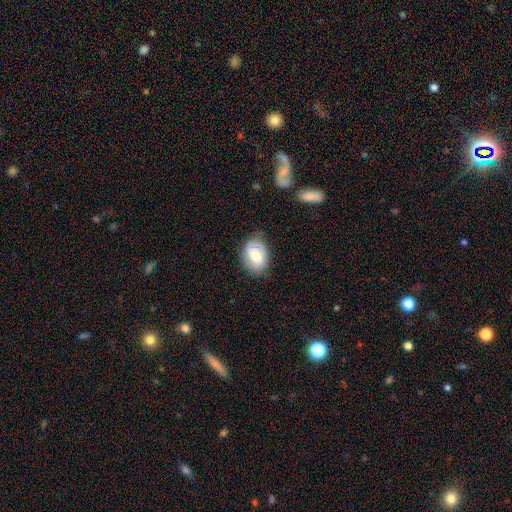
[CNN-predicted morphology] A smooth galaxy with no disk features (55%) that is in between round and cigar-shaped (71%). Merging: none (72%).